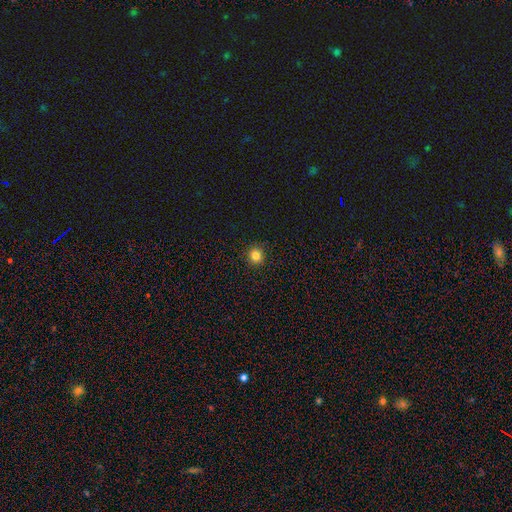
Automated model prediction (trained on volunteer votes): smooth 82%, star or artifact 13%, featured or disk 5%. Down the decision tree: how rounded — round (93%); merging — none (93%).